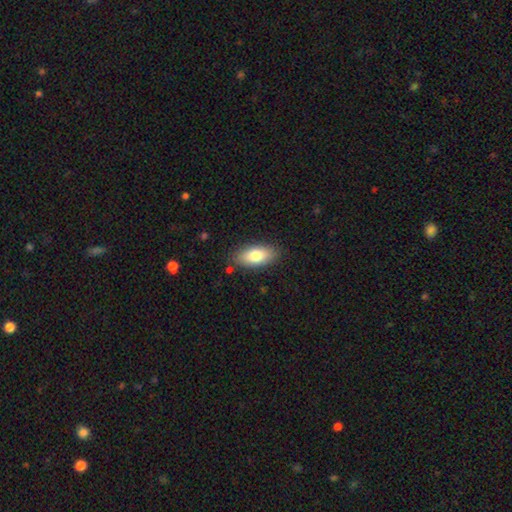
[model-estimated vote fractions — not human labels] This appears to be a smooth galaxy with no disk features (78%) that is in between round and cigar-shaped (88%). Merging: none (84%).